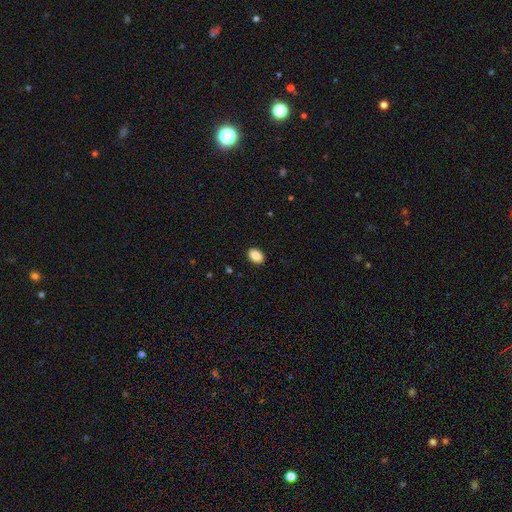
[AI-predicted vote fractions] smooth 88%, star or artifact 7%, featured or disk 5%. Down the decision tree: how rounded — in between (85%); merging — none (91%).